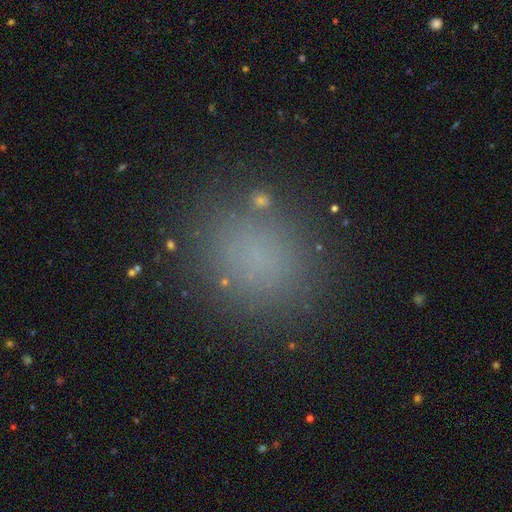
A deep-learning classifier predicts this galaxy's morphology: A smooth galaxy with no disk features (76%) that is round (74%).

Vote fractions:
- Smooth or featured? smooth: 76% / star or artifact: 18% / featured or disk: 6%
- How rounded? round: 74% / in between: 25% / cigar-shaped: 1%
- Merging? none: 87% / minor disturbance: 8% / major disturbance: 3% / merger: 2%